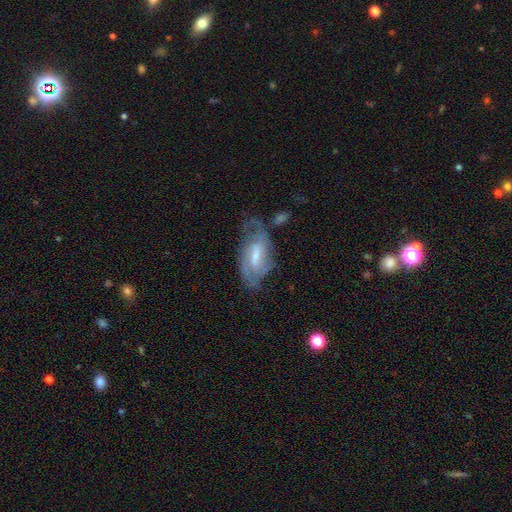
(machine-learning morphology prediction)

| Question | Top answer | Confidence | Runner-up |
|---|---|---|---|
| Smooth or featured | featured or disk | 70% | smooth (23%) |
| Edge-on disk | no | 92% | yes (8%) |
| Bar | weak | 55% | no (23%) |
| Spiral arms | yes | 83% | no (17%) |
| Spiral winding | medium | 44% | tight (36%) |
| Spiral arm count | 2 | 47% | can't tell (34%) |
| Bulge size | moderate | 47% | small (37%) |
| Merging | none | 49% | minor disturbance (28%) |